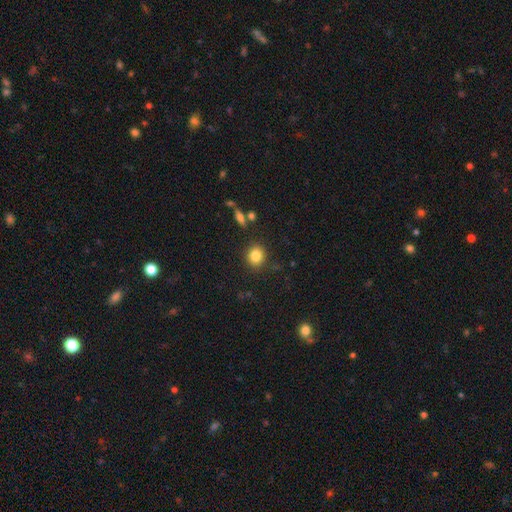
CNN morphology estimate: This appears to be a smooth galaxy with no disk features (83%) that is round (75%). Merging: none (85%).